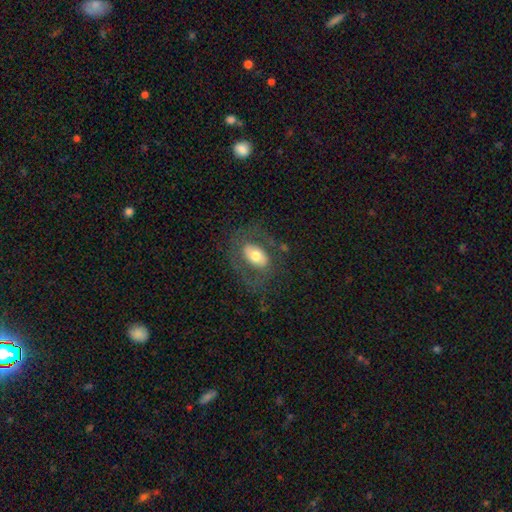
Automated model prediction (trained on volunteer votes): Smooth or featured?
  - smooth: 48% *
  - featured or disk: 44%
  - star or artifact: 8%
Merging?
  - none: 65% *
  - minor disturbance: 17%
  - major disturbance: 16%
  - merger: 2%